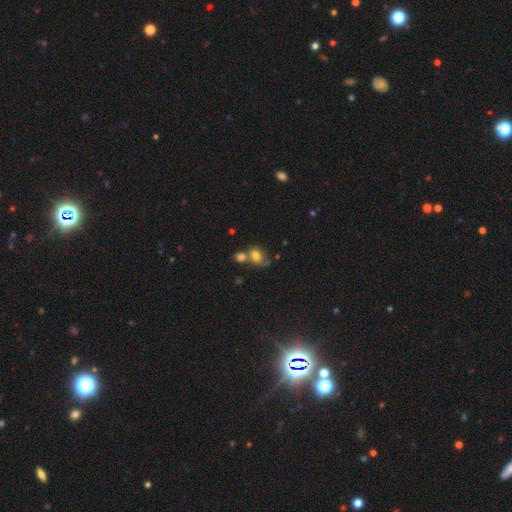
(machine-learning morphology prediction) Smooth or featured: smooth — 71% (featured or disk — 17%)
How rounded: in between — 61% (round — 37%)
Merging: merger — 44% (none — 32%)